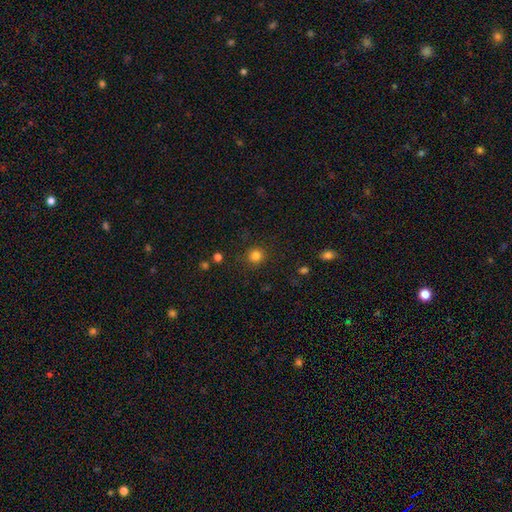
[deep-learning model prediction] Smooth or featured? smooth (82%)
How rounded? round (92%)
Merging? none (89%)